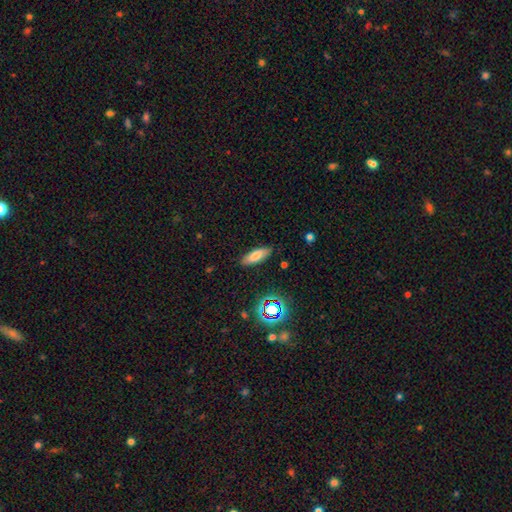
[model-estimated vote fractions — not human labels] Smooth or featured: smooth — 77% (featured or disk — 12%)
How rounded: in between — 62% (cigar-shaped — 36%)
Merging: none — 86% (minor disturbance — 10%)